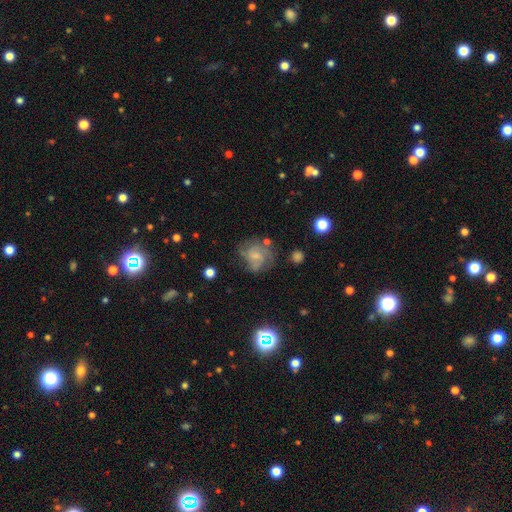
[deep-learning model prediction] Overall: featured or disk (59%; smooth 30%). Edge-on disk: no (98%). Bar: no (63%; weak 32%). Spiral arms: yes (80%). Bulge size: small (54%; moderate 26%). Merging: none (52%; minor disturbance 23%).